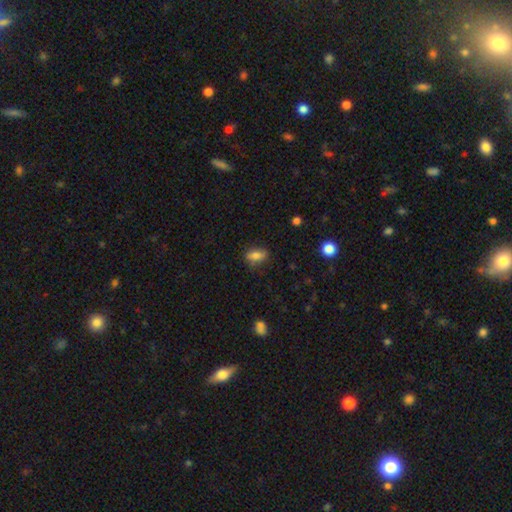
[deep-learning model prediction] Smooth or featured: smooth — 76% (featured or disk — 15%)
How rounded: in between — 79% (cigar-shaped — 12%)
Merging: none — 74% (minor disturbance — 20%)